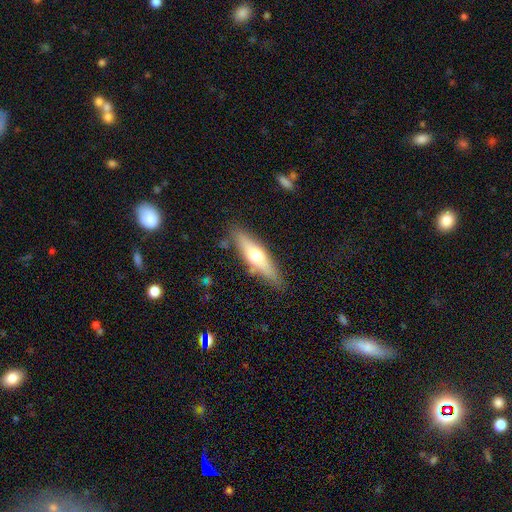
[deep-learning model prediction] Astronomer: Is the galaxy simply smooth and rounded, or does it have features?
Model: smooth — 49% (runner-up: featured or disk, 45%).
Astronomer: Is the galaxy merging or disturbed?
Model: none — 82%.